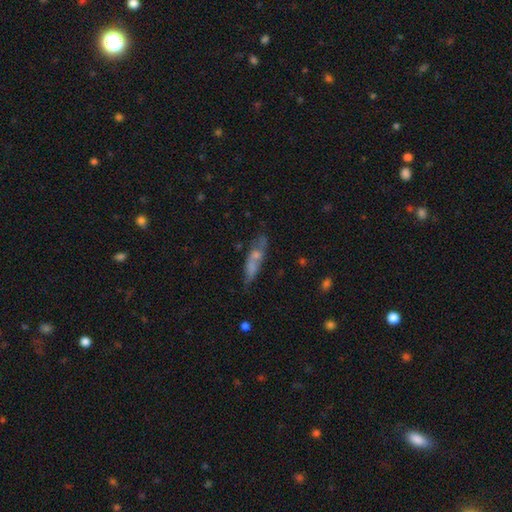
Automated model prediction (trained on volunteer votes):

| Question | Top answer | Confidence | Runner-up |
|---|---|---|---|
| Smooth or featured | featured or disk | 45% | smooth (43%) |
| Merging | none | 57% | minor disturbance (22%) |